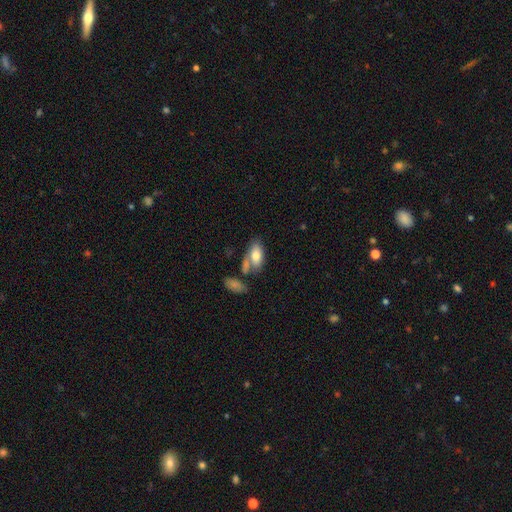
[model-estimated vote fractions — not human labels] smooth 75%, featured or disk 19%, star or artifact 6%. Down the decision tree: how rounded — in between (91%); merging — none (48%).